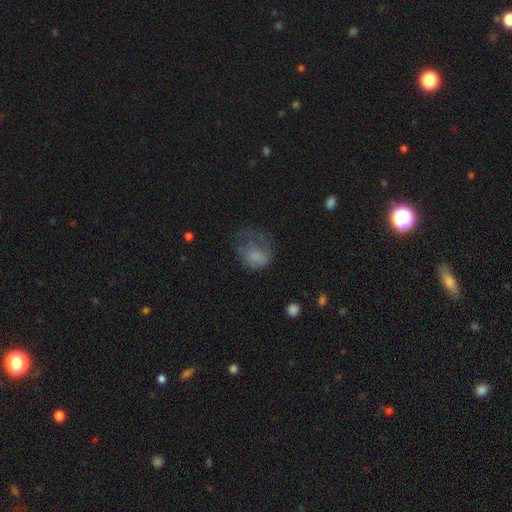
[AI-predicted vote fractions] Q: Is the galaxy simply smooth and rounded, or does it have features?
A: smooth — 66%.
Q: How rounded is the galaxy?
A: in between — 53%.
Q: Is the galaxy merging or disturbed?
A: major disturbance — 48%.